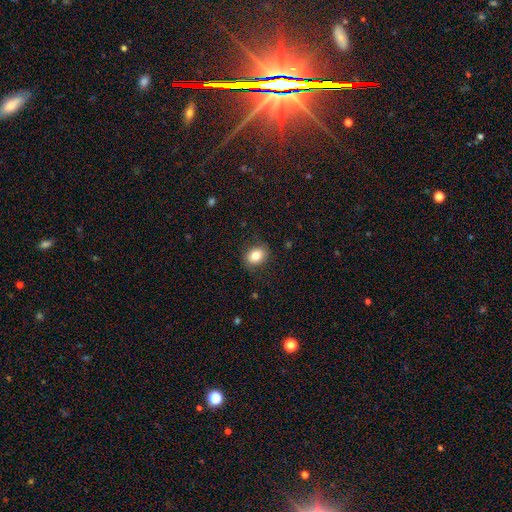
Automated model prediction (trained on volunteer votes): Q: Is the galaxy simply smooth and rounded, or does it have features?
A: smooth — 82%.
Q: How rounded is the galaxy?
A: in between — 61%.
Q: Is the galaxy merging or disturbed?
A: none — 83%.